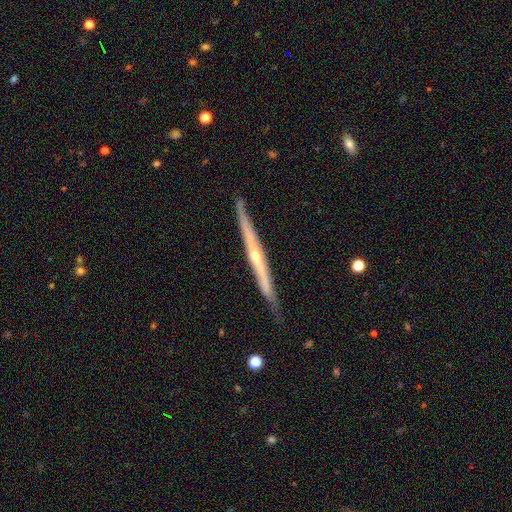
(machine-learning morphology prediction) smooth-or-featured: featured or disk: 79% | smooth: 14% | star or artifact: 6%
  disk-edge-on: yes: 98% | no: 2%
    edge-on-bulge: rounded: 74% | none: 21% | boxy: 5%
  merging: none: 89% | minor disturbance: 8% | merger: 2% | major disturbance: 2%